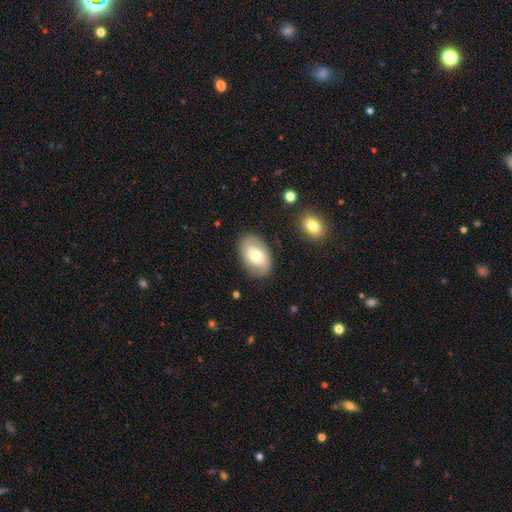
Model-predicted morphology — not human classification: The model was most divided on "smooth or featured": smooth: 63%, featured or disk: 30%, star or artifact: 7%. More confident: how rounded — in between (87%); merging — none (84%).